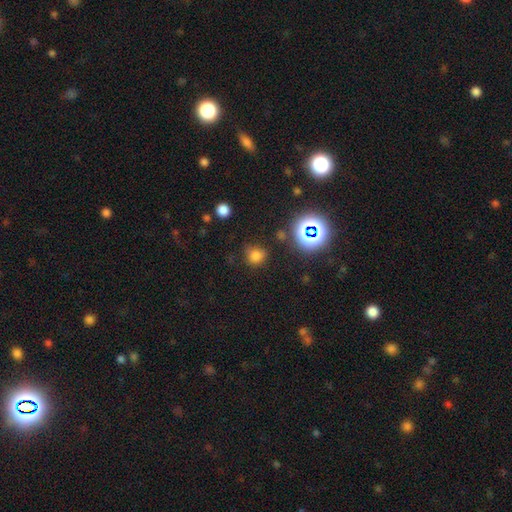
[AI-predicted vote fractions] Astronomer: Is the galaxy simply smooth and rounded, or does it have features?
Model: smooth — 70%.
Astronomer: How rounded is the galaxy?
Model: round — 81%.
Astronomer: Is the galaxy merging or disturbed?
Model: none — 75%.